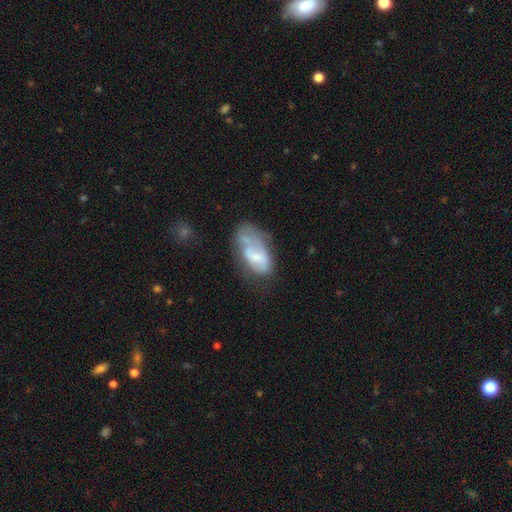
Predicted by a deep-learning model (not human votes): Smooth or featured?
  - featured or disk: 49% *
  - smooth: 43%
  - star or artifact: 8%
Merging?
  - none: 32% *
  - major disturbance: 29%
  - minor disturbance: 28%
  - merger: 11%